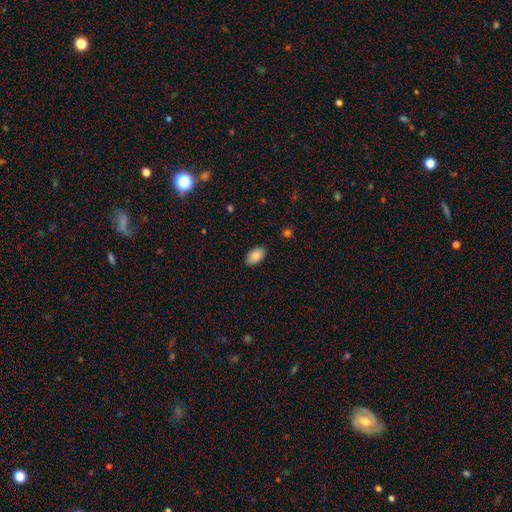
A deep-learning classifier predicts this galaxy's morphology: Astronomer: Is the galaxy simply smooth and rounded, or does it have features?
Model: smooth — 83%.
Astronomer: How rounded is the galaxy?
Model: in between — 94%.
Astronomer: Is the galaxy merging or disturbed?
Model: none — 89%.